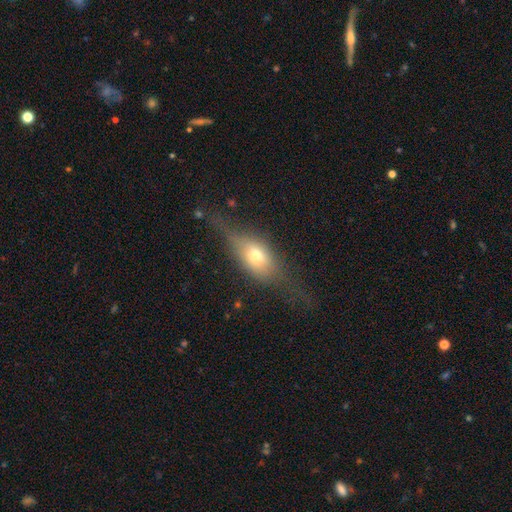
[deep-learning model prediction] A featured or disk galaxy (51%) viewed edge-on (81%).

Vote fractions:
- Smooth or featured? featured or disk: 51% / smooth: 39% / star or artifact: 10%
- Edge-on disk? yes: 81% / no: 19%
- Merging? none: 58% / minor disturbance: 23% / major disturbance: 17% / merger: 2%